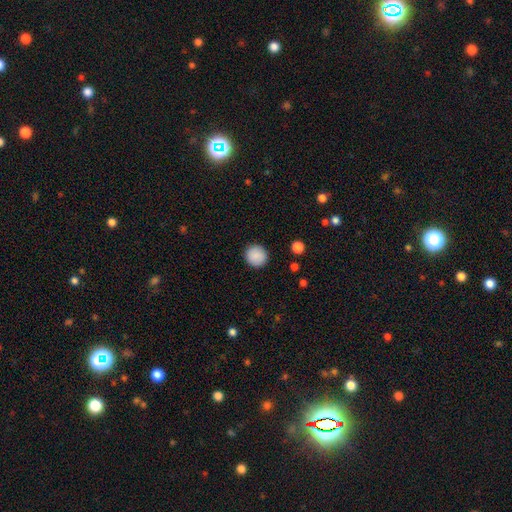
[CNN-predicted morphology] Smooth or featured?
  - smooth: 89% *
  - star or artifact: 7%
  - featured or disk: 3%
How rounded?
  - round: 93% *
  - in between: 6%
  - cigar-shaped: 1%
Merging?
  - none: 92% *
  - minor disturbance: 6%
  - major disturbance: 2%
  - merger: 1%